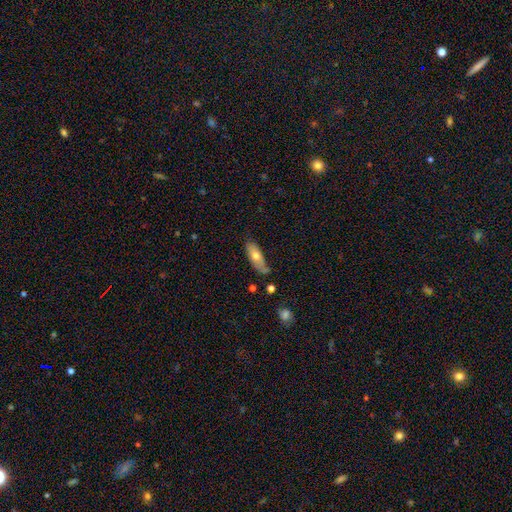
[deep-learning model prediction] smooth-or-featured: smooth: 62% | featured or disk: 31% | star or artifact: 6%
  how-rounded: in between: 69% | cigar-shaped: 29% | round: 3%
  merging: none: 56% | minor disturbance: 30% | major disturbance: 9% | merger: 5%